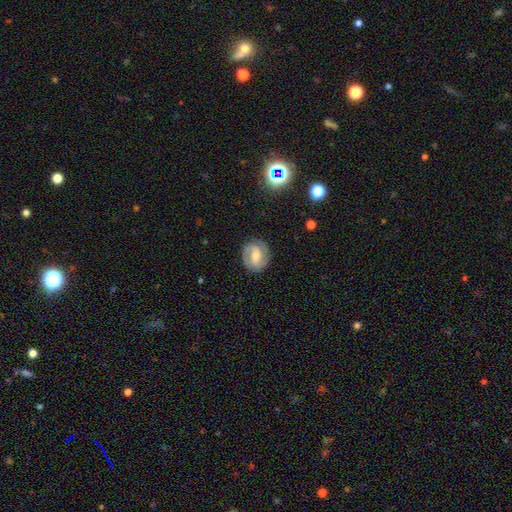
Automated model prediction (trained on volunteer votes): Smooth or featured? featured or disk (66%)
Edge-on disk? no (97%)
Bar? weak (46%)
Spiral arms? yes (85%)
Spiral winding? tight (44%)
Spiral arm count? 2 (80%)
Bulge size? moderate (53%)
Merging? none (82%)